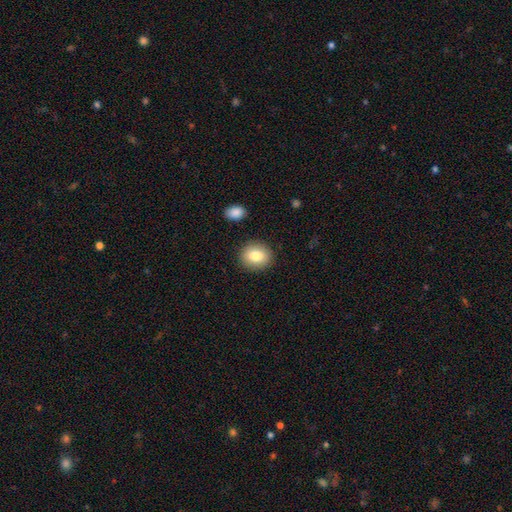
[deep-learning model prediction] Smooth or featured: smooth — 83% (featured or disk — 9%)
How rounded: round — 66% (in between — 33%)
Merging: none — 88% (minor disturbance — 8%)